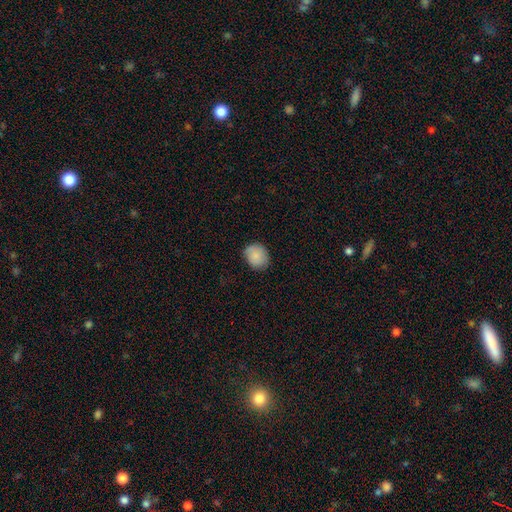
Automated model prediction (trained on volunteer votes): Smooth or featured? Predicted: smooth (p=0.85). How rounded? Predicted: round (p=0.63). Merging? Predicted: none (p=0.75).